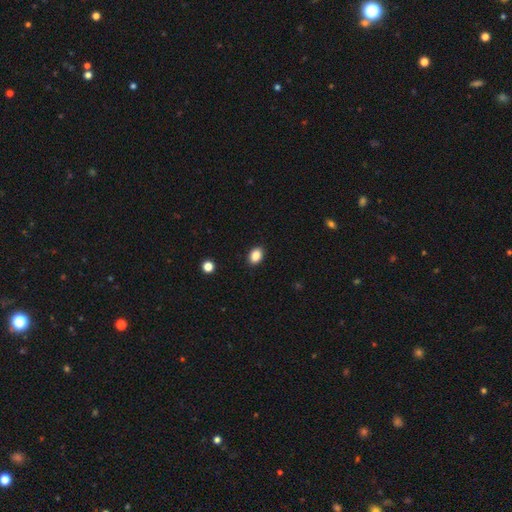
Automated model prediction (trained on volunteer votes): Smooth or featured: smooth — 87% (star or artifact — 9%)
How rounded: in between — 76% (round — 23%)
Merging: none — 89% (minor disturbance — 8%)